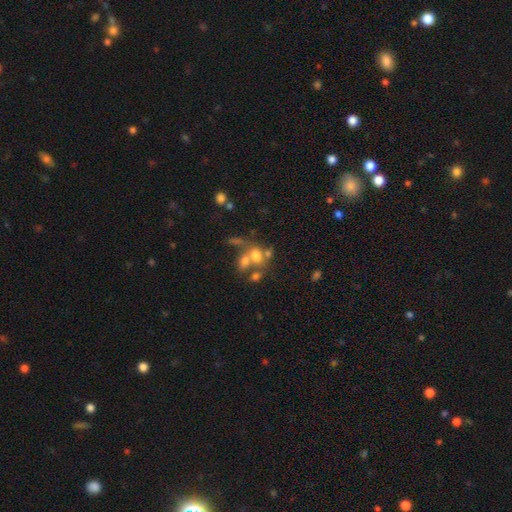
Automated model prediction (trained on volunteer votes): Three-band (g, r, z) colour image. It shows a smooth galaxy with no disk features (61%) that is in between round and cigar-shaped (55%). Merging: merger (49%).